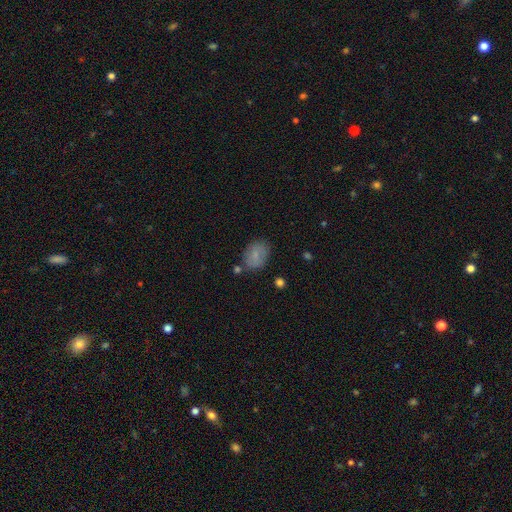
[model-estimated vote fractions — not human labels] Smooth or featured? Predicted: smooth (p=0.79). How rounded? Predicted: in between (p=0.70). Merging? Predicted: none (p=0.71).